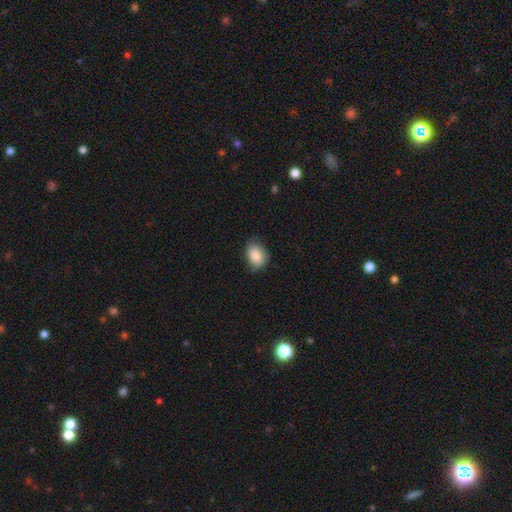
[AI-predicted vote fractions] A smooth galaxy with no disk features (85%) that is in between round and cigar-shaped (73%). Merging: none (70%).